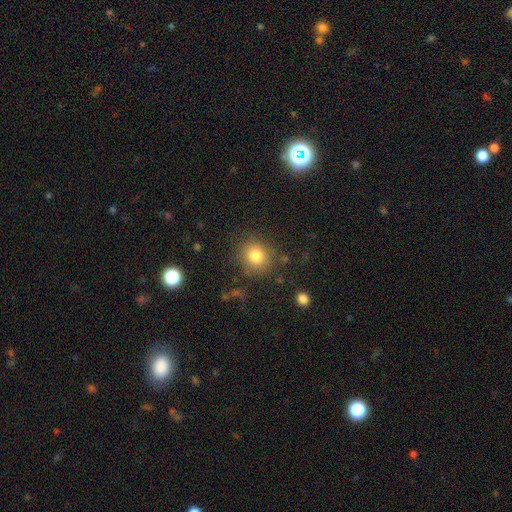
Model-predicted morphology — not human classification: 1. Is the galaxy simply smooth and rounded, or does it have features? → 80% smooth, 12% star or artifact, 8% featured or disk.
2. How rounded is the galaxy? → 84% round, 15% in between, 1% cigar-shaped.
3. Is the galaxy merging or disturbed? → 83% none, 11% minor disturbance, 4% major disturbance, 2% merger.